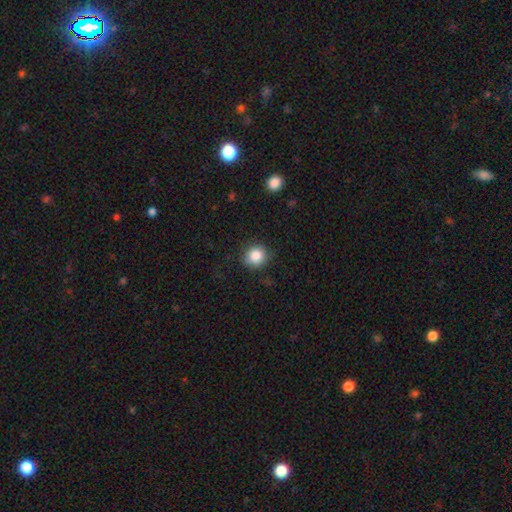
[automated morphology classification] This is clearly a smooth galaxy (85%). How rounded: clearly round (86%). Merging: clearly none (83%).